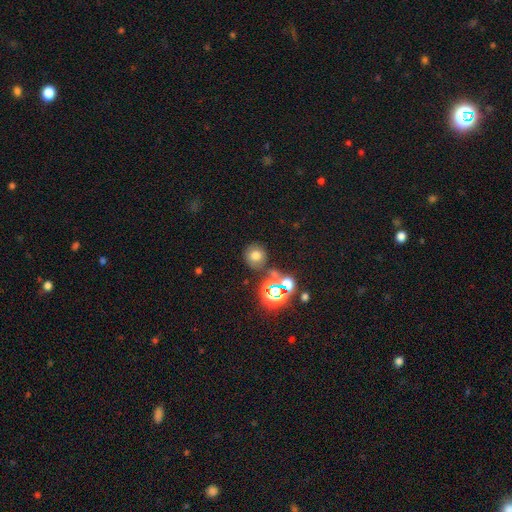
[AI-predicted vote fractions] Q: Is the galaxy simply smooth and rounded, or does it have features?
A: smooth — 65%.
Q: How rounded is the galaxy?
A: round — 88%.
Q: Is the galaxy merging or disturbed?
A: none — 76%.